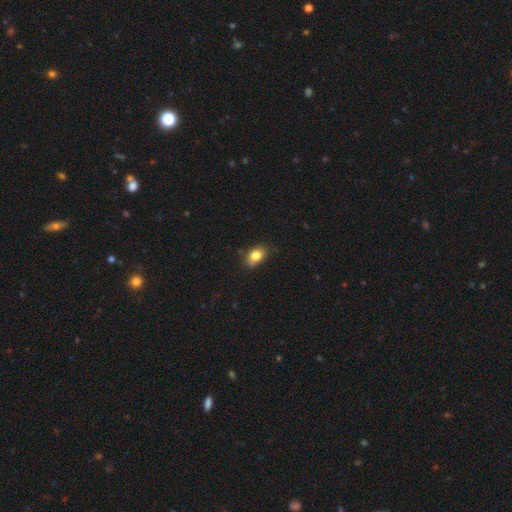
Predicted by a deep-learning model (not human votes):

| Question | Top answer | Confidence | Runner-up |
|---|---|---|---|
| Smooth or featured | smooth | 81% | featured or disk (10%) |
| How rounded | in between | 80% | round (18%) |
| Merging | none | 73% | minor disturbance (21%) |